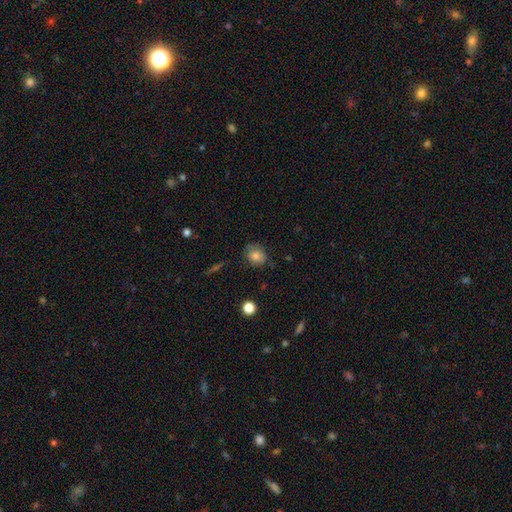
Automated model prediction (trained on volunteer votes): This is likely a smooth galaxy (76%). How rounded: likely round (65%). Merging: likely none (68%).